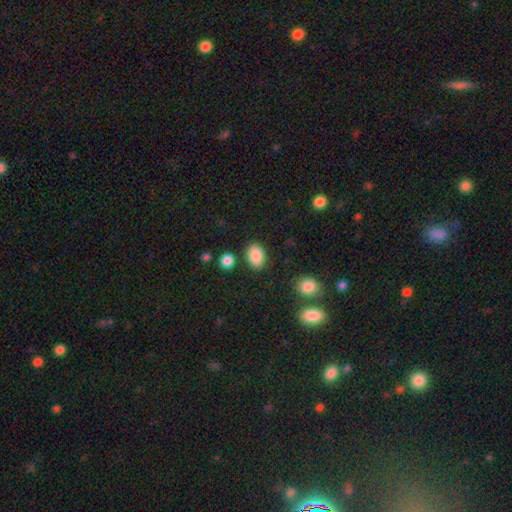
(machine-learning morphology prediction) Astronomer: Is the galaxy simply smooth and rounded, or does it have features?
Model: smooth — 88%.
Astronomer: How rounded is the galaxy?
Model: in between — 81%.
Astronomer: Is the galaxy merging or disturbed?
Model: none — 83%.